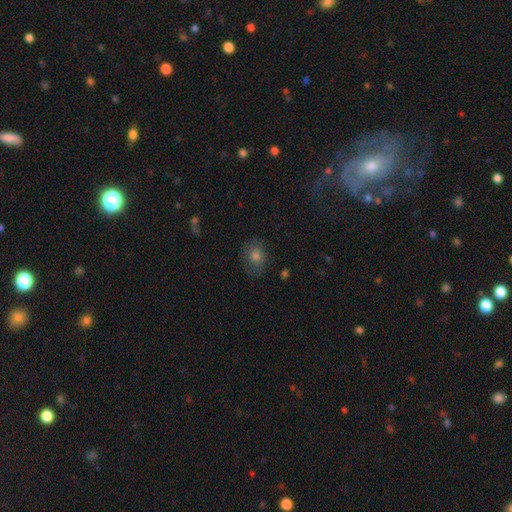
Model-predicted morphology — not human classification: This appears to be a smooth galaxy with no disk features (66%) that is round (54%). Merging: none (78%).